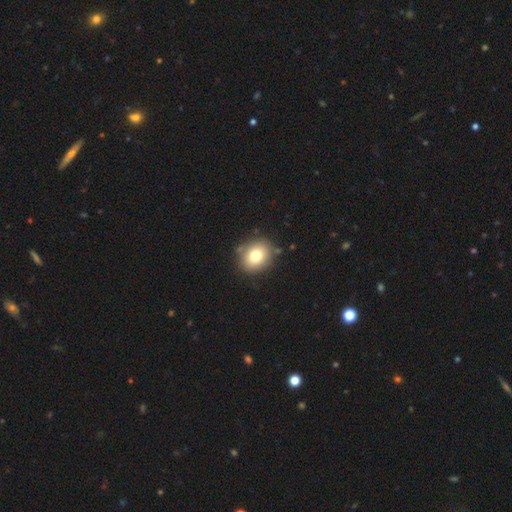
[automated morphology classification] A smooth galaxy with no disk features (77%) that is round (60%). Merging: none (82%).